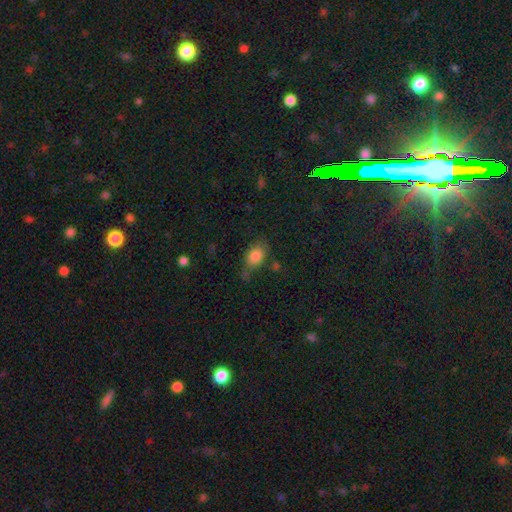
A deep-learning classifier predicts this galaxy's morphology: This is clearly a smooth galaxy (84%). How rounded: likely in between (78%). Merging: likely none (66%).